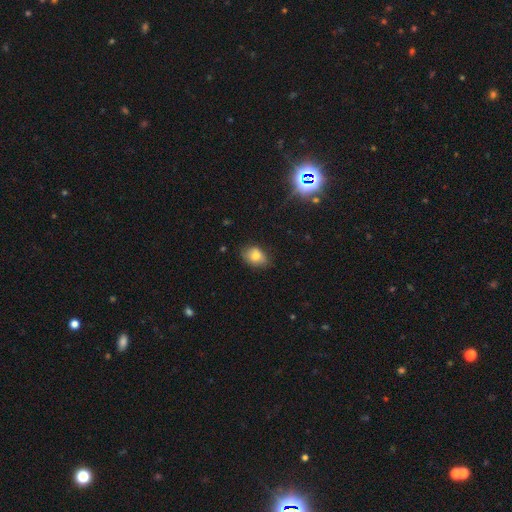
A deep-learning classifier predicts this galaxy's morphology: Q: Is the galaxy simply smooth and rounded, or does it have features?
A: smooth — 77%.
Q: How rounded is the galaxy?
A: in between — 74%.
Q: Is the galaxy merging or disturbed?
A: none — 73%.